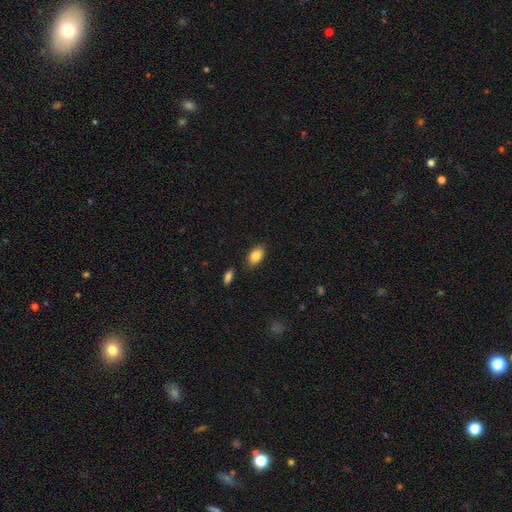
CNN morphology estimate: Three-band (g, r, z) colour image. It shows a smooth galaxy with no disk features (86%) that is in between round and cigar-shaped (92%). Merging: none (84%).